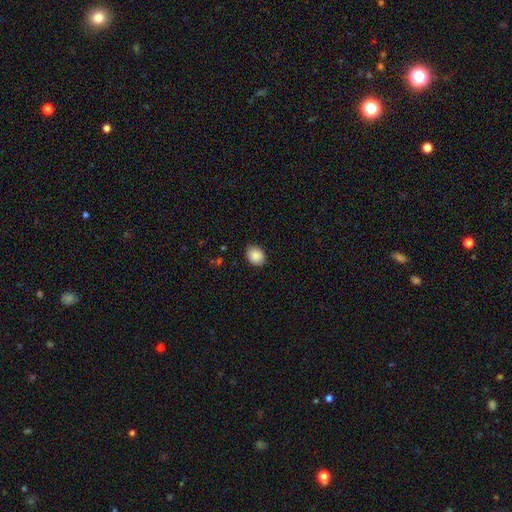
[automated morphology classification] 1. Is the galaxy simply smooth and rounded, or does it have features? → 89% smooth, 8% star or artifact, 3% featured or disk.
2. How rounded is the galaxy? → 54% in between, 45% round, 1% cigar-shaped.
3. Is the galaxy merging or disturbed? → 85% none, 11% minor disturbance, 2% major disturbance, 1% merger.